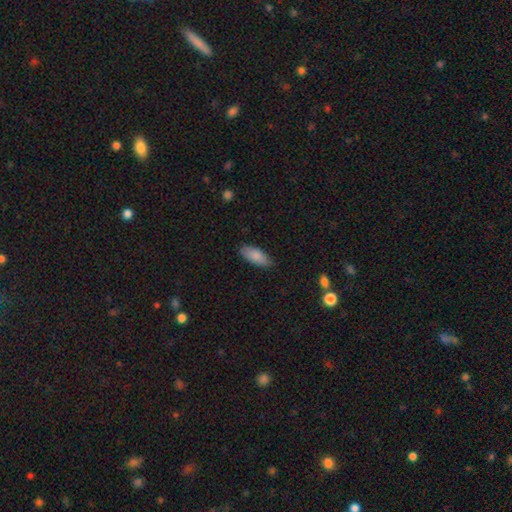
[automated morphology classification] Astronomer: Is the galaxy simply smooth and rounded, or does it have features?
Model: smooth — 84%.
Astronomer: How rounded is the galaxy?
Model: in between — 83%.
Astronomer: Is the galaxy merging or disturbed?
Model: none — 83%.